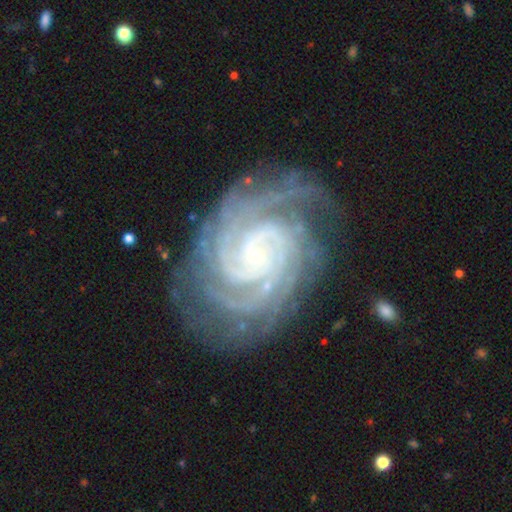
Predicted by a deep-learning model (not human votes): A featured or disk galaxy (92%) with no bar (70%), 4 (24%) tight (79%) spiral arms (99%) and a small central bulge (86%). Merging: none (77%).